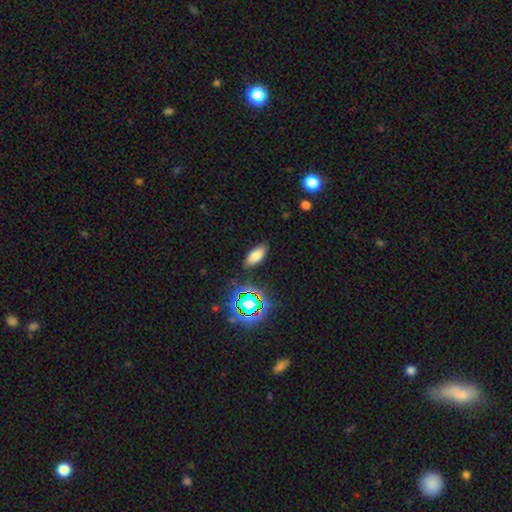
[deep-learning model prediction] Smooth or featured: smooth — 74% (star or artifact — 19%)
How rounded: in between — 86% (cigar-shaped — 10%)
Merging: none — 86% (minor disturbance — 10%)